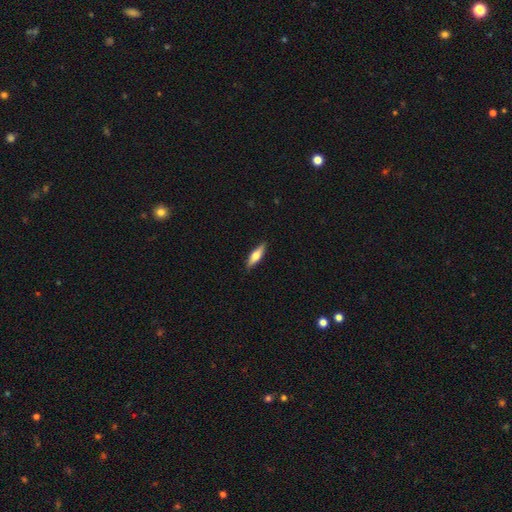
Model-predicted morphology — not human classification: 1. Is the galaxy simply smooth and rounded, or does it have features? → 60% smooth, 35% featured or disk, 6% star or artifact.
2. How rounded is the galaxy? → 58% cigar-shaped, 40% in between, 2% round.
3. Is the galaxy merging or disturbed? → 88% none, 9% minor disturbance, 2% major disturbance, 1% merger.